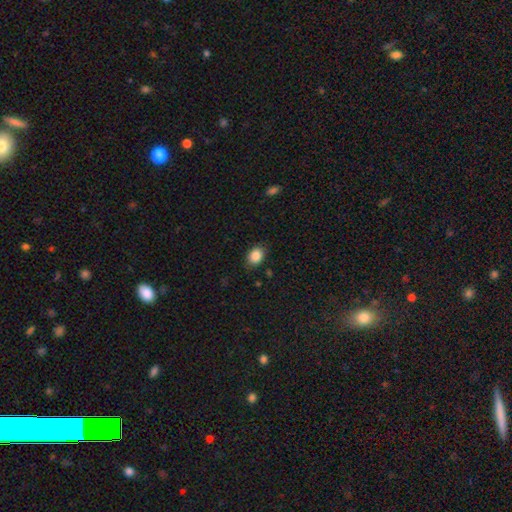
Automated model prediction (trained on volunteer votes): smooth 87%, star or artifact 9%, featured or disk 4%. Down the decision tree: how rounded — in between (65%); merging — none (83%).